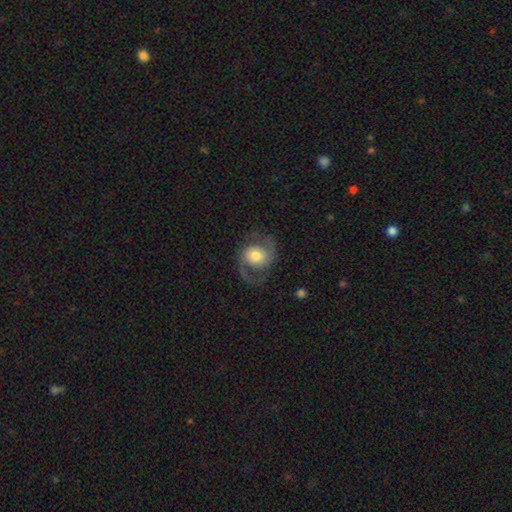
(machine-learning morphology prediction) smooth_or_featured: featured or disk (p=0.77) [alt: smooth p=0.17]
disk_edge_on: no (p=0.98) [alt: yes p=0.02]
bar: no (p=0.64) [alt: weak p=0.28]
has_spiral_arms: yes (p=0.93) [alt: no p=0.07]
spiral_winding: medium (p=0.51) [alt: loose p=0.35]
spiral_arm_count: 2 (p=0.92) [alt: can't tell p=0.03]
bulge_size: moderate (p=0.59) [alt: large p=0.18]
merging: none (p=0.72) [alt: minor disturbance p=0.14]